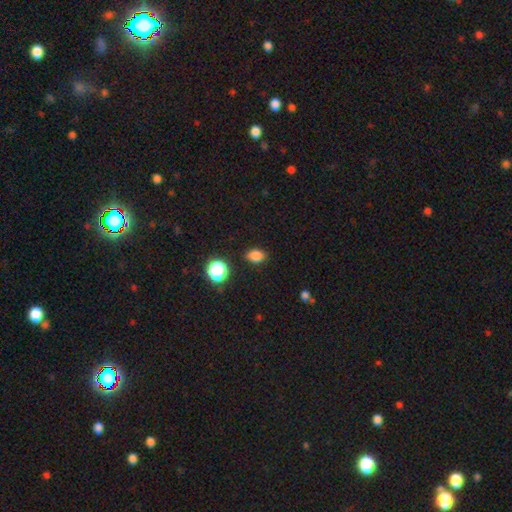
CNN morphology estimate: A smooth galaxy with no disk features (82%) that is in between round and cigar-shaped (68%). Merging: none (85%).